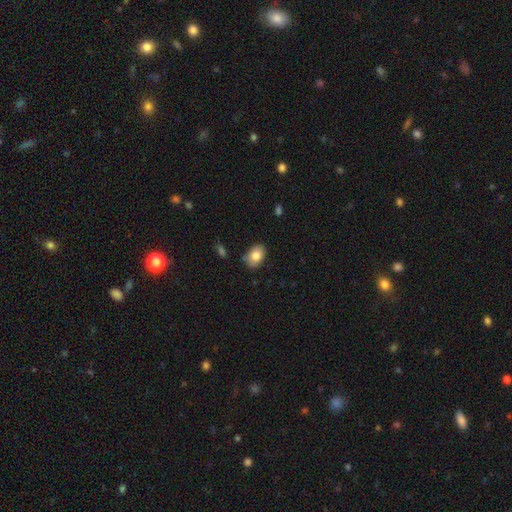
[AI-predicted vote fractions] Smooth or featured? Predicted: smooth (p=0.82). How rounded? Predicted: in between (p=0.80). Merging? Predicted: none (p=0.80).